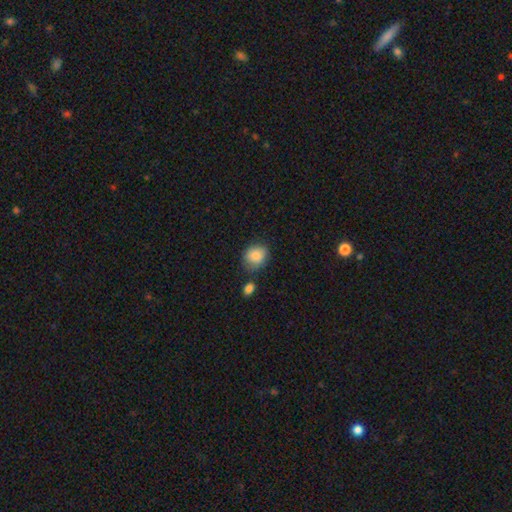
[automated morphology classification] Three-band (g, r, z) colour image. It shows a smooth galaxy with no disk features (87%) that is round (61%). Merging: none (70%).